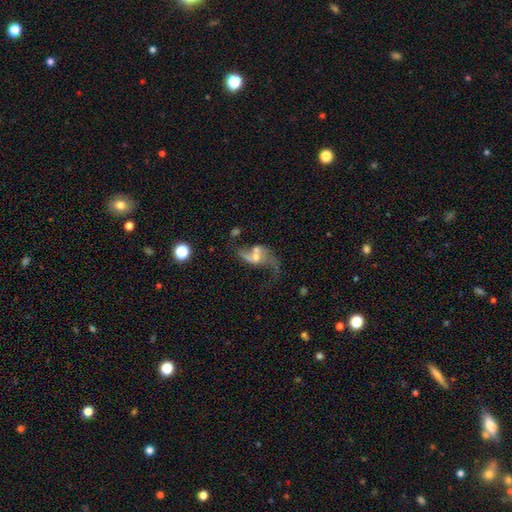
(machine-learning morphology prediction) Overall: featured or disk (77%). Edge-on disk: no (97%). Bar: no (54%; weak 34%). Spiral arms: yes (85%). Spiral arm count: 2 (81%). Spiral winding: loose (84%). Bulge size: moderate (47%; small 36%). Merging: merger (32%, tied with none).